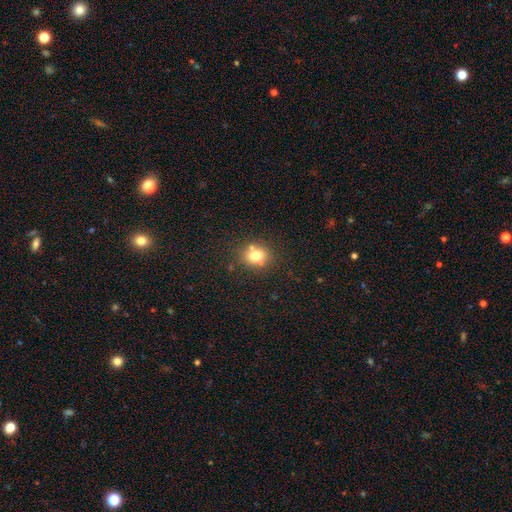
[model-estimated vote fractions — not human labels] Smooth or featured: smooth — 74% (star or artifact — 14%)
How rounded: round — 68% (in between — 31%)
Merging: none — 71% (minor disturbance — 12%)